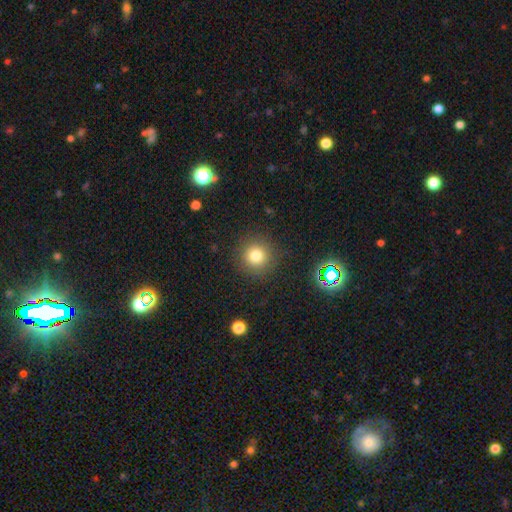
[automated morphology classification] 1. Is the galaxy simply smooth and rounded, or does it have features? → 79% smooth, 14% star or artifact, 7% featured or disk.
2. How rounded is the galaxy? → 94% round, 5% in between, 1% cigar-shaped.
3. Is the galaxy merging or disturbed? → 89% none, 7% minor disturbance, 3% major disturbance, 1% merger.